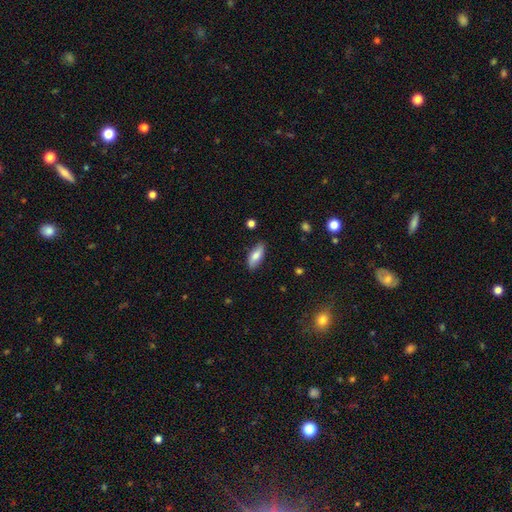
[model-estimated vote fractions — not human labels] smooth 72%, featured or disk 22%, star or artifact 6%. Down the decision tree: how rounded — in between (77%); merging — none (84%).